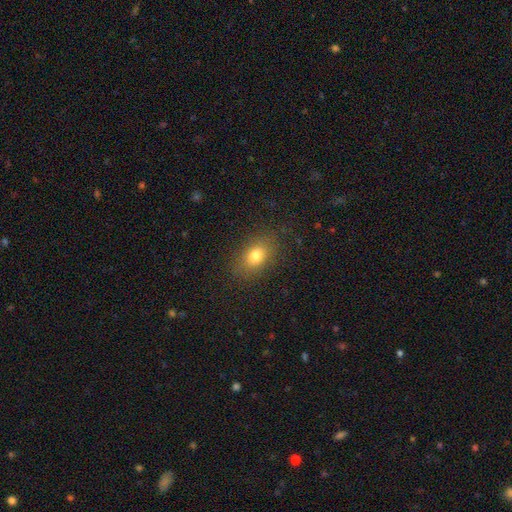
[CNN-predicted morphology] Smooth or featured?
  - smooth: 78% *
  - star or artifact: 11%
  - featured or disk: 11%
How rounded?
  - in between: 79% *
  - round: 19%
  - cigar-shaped: 2%
Merging?
  - none: 84% *
  - minor disturbance: 11%
  - major disturbance: 4%
  - merger: 1%